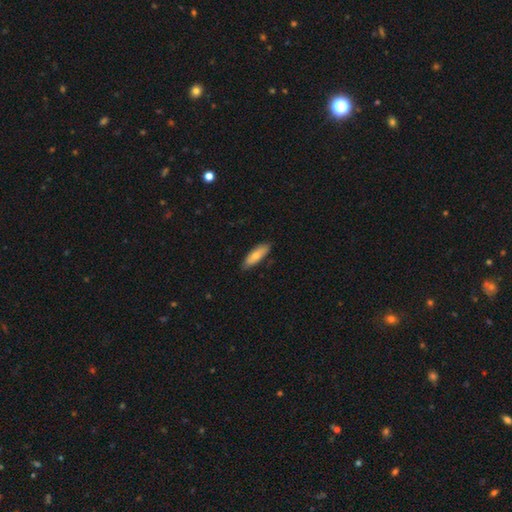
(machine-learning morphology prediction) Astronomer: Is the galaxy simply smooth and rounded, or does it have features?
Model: smooth — 75%.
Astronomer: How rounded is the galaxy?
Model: in between — 53% (runner-up: cigar-shaped, 45%).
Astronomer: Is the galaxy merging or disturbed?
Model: none — 84%.